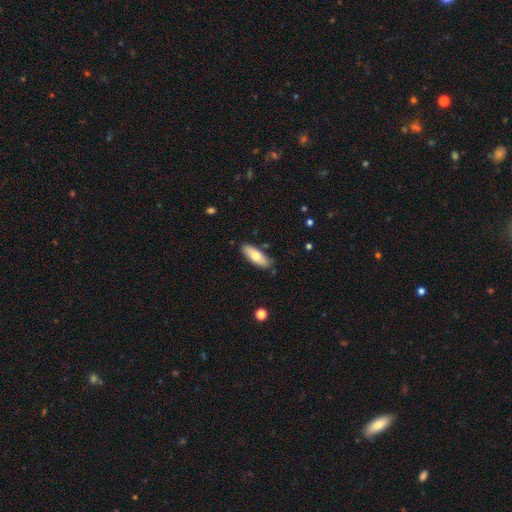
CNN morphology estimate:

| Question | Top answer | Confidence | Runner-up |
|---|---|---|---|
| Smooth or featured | smooth | 72% | featured or disk (22%) |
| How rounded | in between | 71% | cigar-shaped (27%) |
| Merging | none | 84% | minor disturbance (12%) |